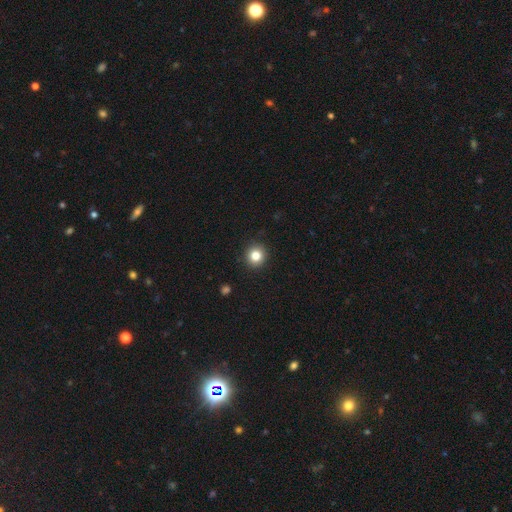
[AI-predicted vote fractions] Overall: smooth (82%). How rounded: round (91%). Merging: none (92%).